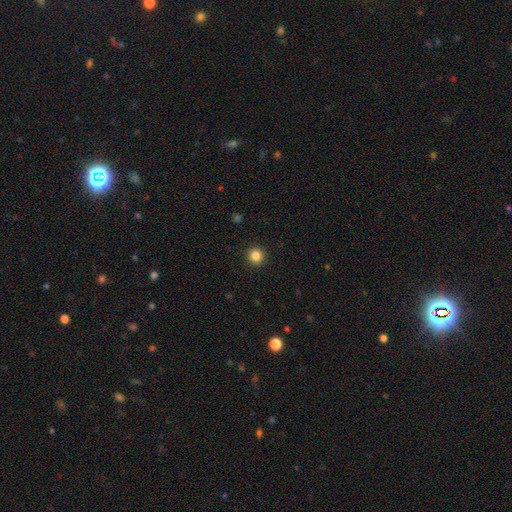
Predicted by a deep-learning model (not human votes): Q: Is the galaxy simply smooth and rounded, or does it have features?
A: smooth — 85%.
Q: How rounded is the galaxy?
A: round — 95%.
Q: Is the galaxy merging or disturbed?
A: none — 93%.